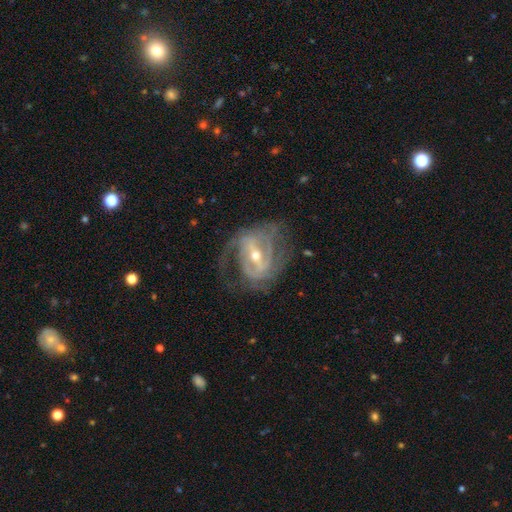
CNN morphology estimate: smooth-or-featured: featured or disk: 89% | star or artifact: 6% | smooth: 6%
  disk-edge-on: no: 96% | yes: 4%
    bar: strong: 57% | weak: 33% | no: 11%
    has-spiral-arms: yes: 94% | no: 6%
      spiral-winding: medium: 43% | tight: 40% | loose: 17%
      spiral-arm-count: 2: 45% | can't tell: 21% | 3: 19% | 1: 6% | 4: 6% | more than 4: 4%
    bulge-size: small: 49% | moderate: 47% | large: 2% | none: 1% | dominant: 1%
  merging: none: 60% | minor disturbance: 20% | major disturbance: 19% | merger: 2%